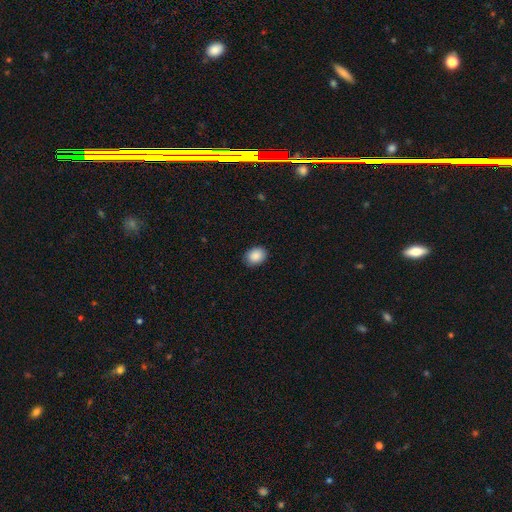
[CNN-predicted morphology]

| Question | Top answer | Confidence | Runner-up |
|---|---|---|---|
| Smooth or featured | smooth | 89% | star or artifact (7%) |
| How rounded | in between | 66% | round (33%) |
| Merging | none | 88% | minor disturbance (9%) |